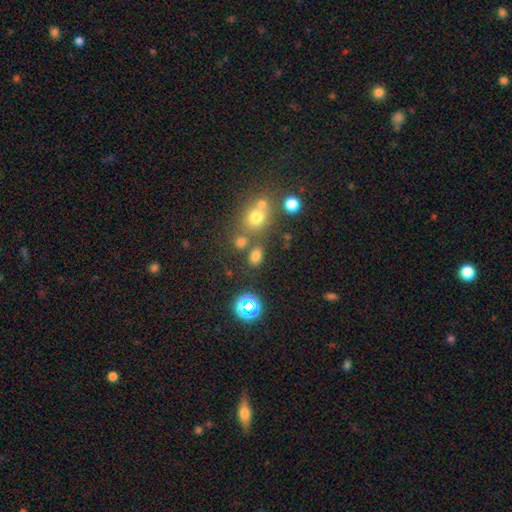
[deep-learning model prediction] smooth 70%, star or artifact 22%, featured or disk 8%. Down the decision tree: how rounded — in between (69%); merging — none (69%).